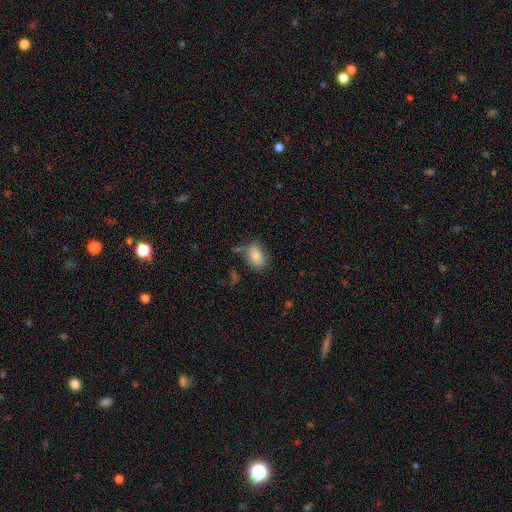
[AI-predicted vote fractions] smooth_or_featured: smooth (p=0.82) [alt: featured or disk p=0.10]
how_rounded: in between (p=0.88) [alt: round p=0.09]
merging: none (p=0.69) [alt: minor disturbance p=0.18]